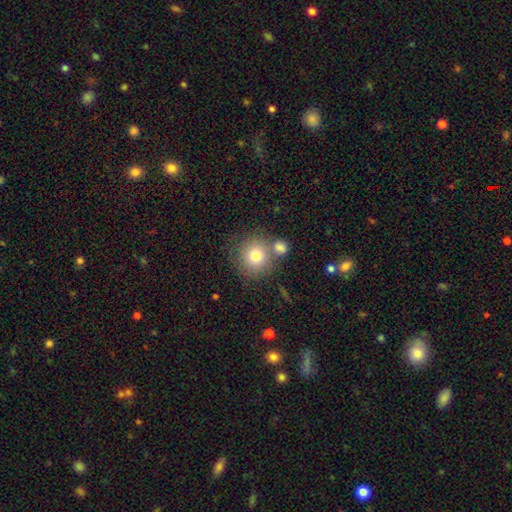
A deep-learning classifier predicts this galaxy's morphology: This is likely a smooth galaxy (76%). How rounded: clearly round (90%). Merging: likely none (61%).